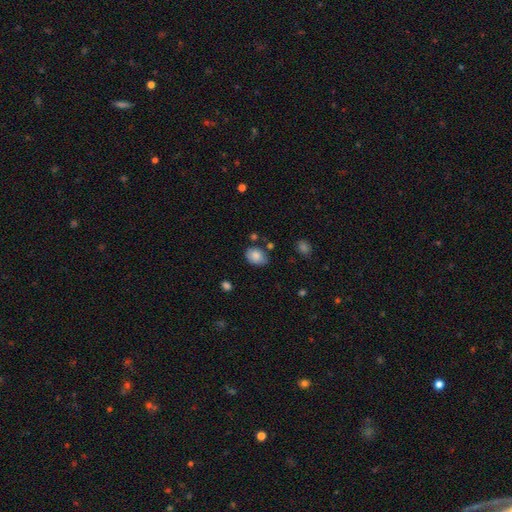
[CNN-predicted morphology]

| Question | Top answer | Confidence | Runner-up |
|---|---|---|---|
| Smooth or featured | smooth | 83% | featured or disk (9%) |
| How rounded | in between | 69% | round (30%) |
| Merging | none | 69% | minor disturbance (22%) |